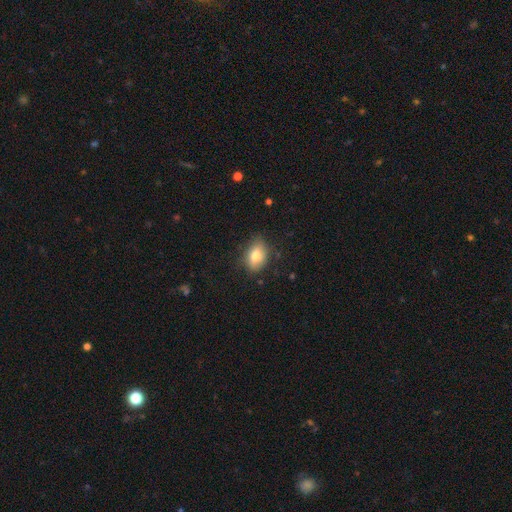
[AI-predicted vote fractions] A smooth galaxy with no disk features (78%) that is in between round and cigar-shaped (83%). Merging: none (76%).